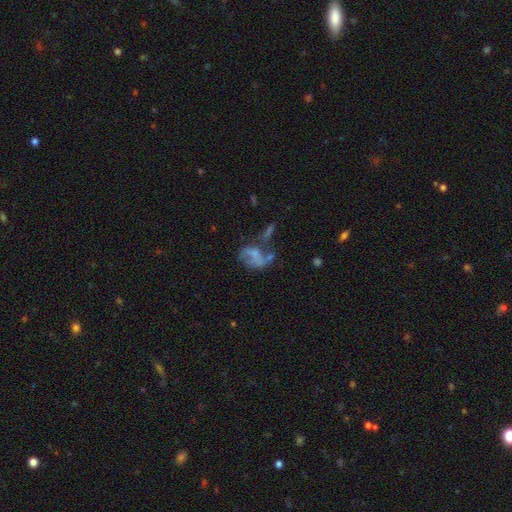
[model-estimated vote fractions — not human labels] The model was most divided on "spiral arms" (2-way tie): yes: 50%, no: 50%. Remaining: edge-on disk — no (97%); bar — no (69%); bulge size — none (57%); smooth or featured — featured or disk (55%); merging — major disturbance (31%).